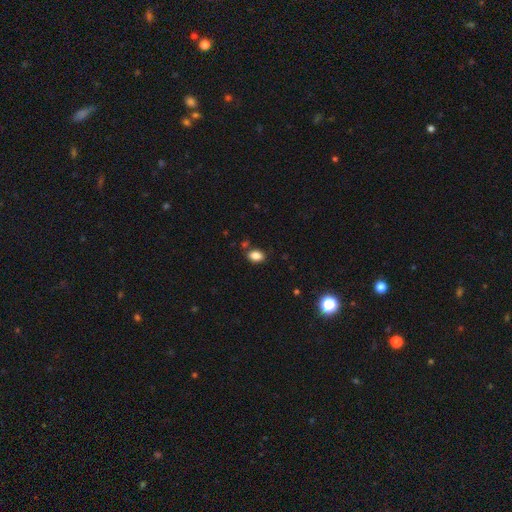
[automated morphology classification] A smooth galaxy with no disk features (86%) that is in between round and cigar-shaped (78%).

Vote fractions:
- Smooth or featured? smooth: 86% / star or artifact: 10% / featured or disk: 4%
- How rounded? in between: 78% / round: 21% / cigar-shaped: 1%
- Merging? none: 79% / minor disturbance: 12% / merger: 6% / major disturbance: 3%